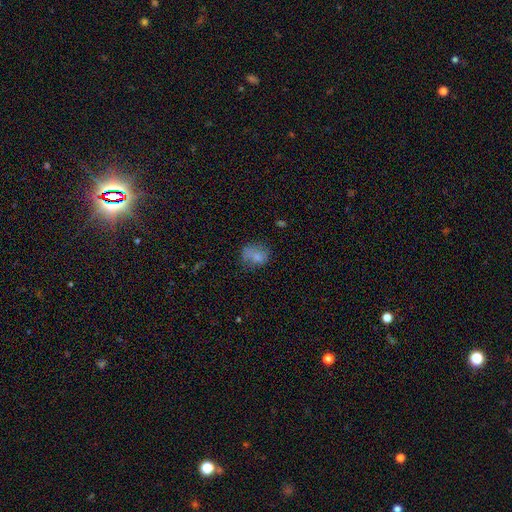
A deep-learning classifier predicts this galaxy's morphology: This is likely a smooth galaxy (75%). How rounded: possibly round (50%). Merging: possibly none (57%).